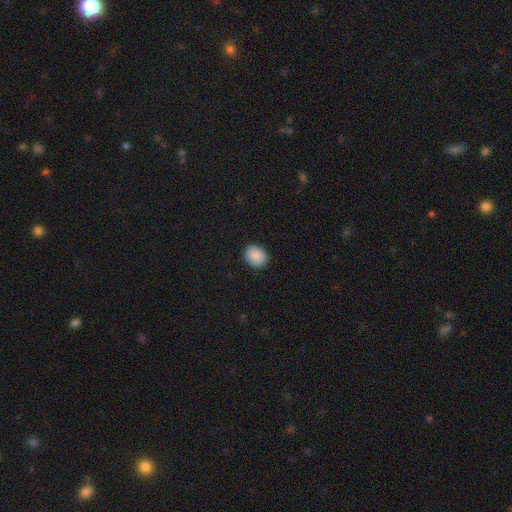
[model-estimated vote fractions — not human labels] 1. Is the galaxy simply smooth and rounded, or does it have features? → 90% smooth, 7% star or artifact, 3% featured or disk.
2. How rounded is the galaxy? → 51% in between, 48% round, 1% cigar-shaped.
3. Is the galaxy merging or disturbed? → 90% none, 7% minor disturbance, 2% major disturbance, 1% merger.